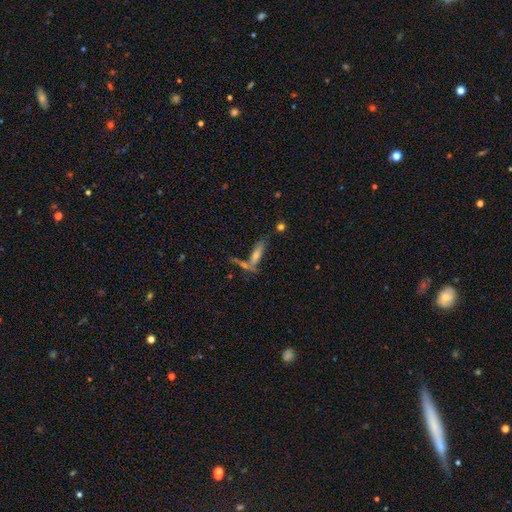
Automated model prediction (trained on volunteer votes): This appears to be a smooth galaxy with no disk features (45%). Merging: none (50%).